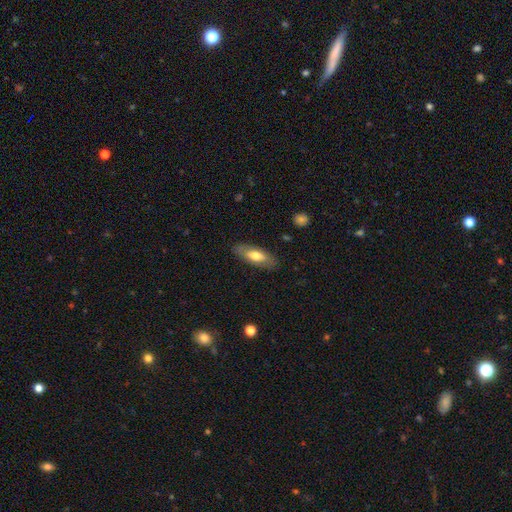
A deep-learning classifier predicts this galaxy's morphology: Q: Smooth or featured?
A: smooth (62%); runner-up: featured or disk (32%)
Q: How rounded?
A: in between (70%); runner-up: cigar-shaped (27%)
Q: Merging?
A: none (85%); runner-up: minor disturbance (11%)